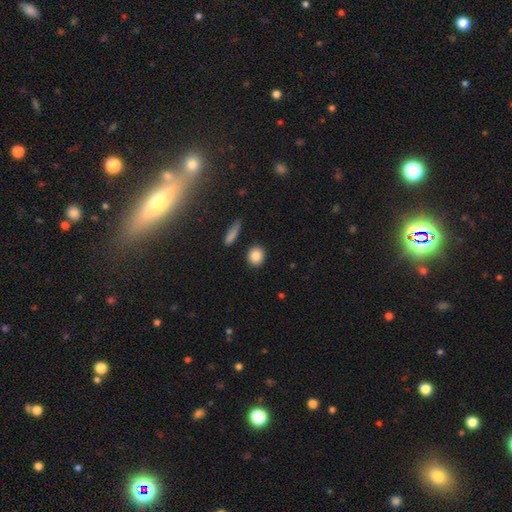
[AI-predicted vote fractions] A smooth galaxy with no disk features (86%) that is round (74%). Merging: none (88%).